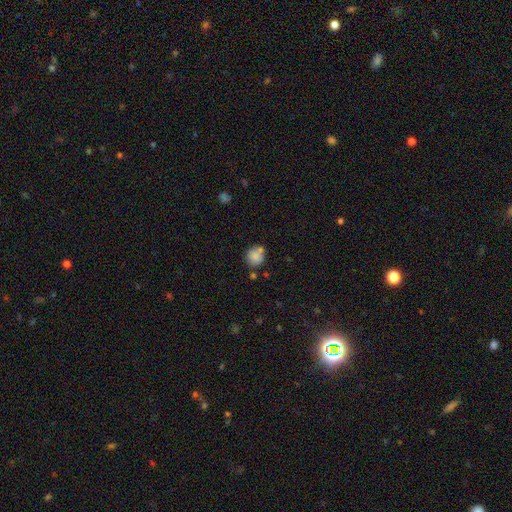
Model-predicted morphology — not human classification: smooth 81%, star or artifact 10%, featured or disk 10%. Down the decision tree: how rounded — round (83%); merging — none (61%).